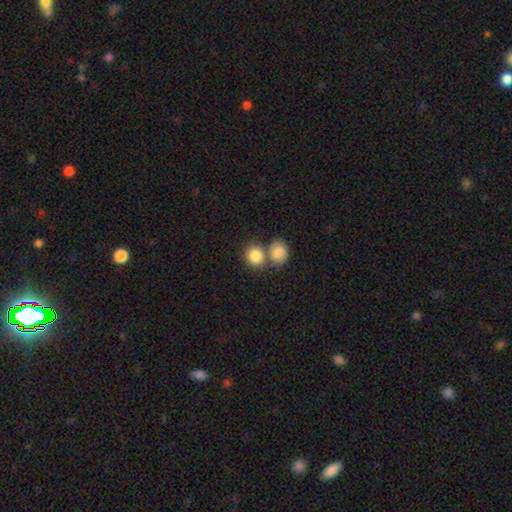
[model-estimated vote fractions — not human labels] This appears to be a smooth galaxy with no disk features (85%) that is round (71%). Merging: merger (45%).